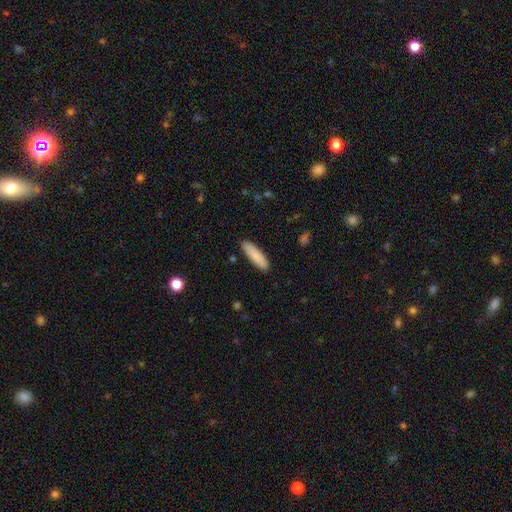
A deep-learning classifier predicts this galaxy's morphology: Q: Smooth or featured?
A: smooth (87%); runner-up: featured or disk (7%)
Q: How rounded?
A: cigar-shaped (62%); runner-up: in between (36%)
Q: Merging?
A: none (88%); runner-up: minor disturbance (9%)